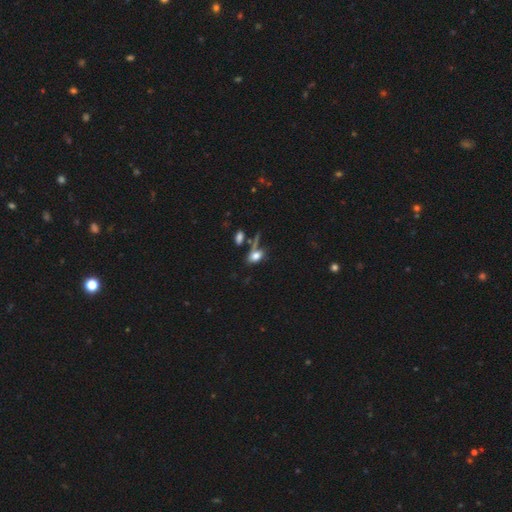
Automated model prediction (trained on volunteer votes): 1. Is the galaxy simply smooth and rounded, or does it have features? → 75% smooth, 14% featured or disk, 12% star or artifact.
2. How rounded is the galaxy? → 81% in between, 13% round, 6% cigar-shaped.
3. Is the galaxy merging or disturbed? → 52% none, 22% merger, 16% minor disturbance, 10% major disturbance.